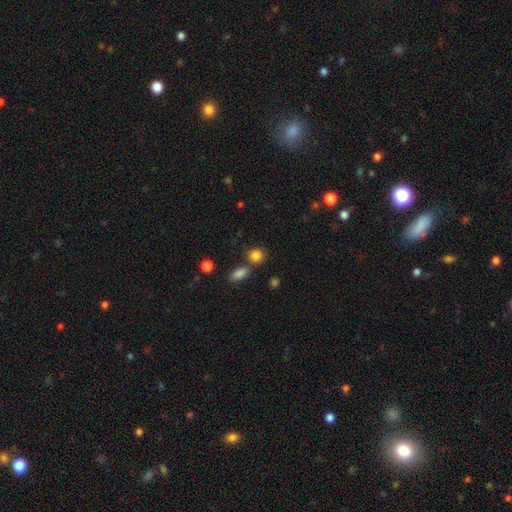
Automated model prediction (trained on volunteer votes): Smooth or featured?
  - smooth: 85% *
  - star or artifact: 10%
  - featured or disk: 5%
How rounded?
  - round: 79% *
  - in between: 19%
  - cigar-shaped: 2%
Merging?
  - none: 69% *
  - merger: 17%
  - minor disturbance: 10%
  - major disturbance: 3%